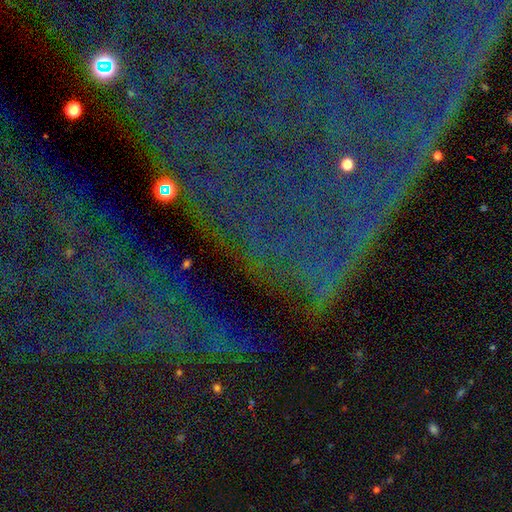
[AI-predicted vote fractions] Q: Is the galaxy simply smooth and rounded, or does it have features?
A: star or artifact — 82%.